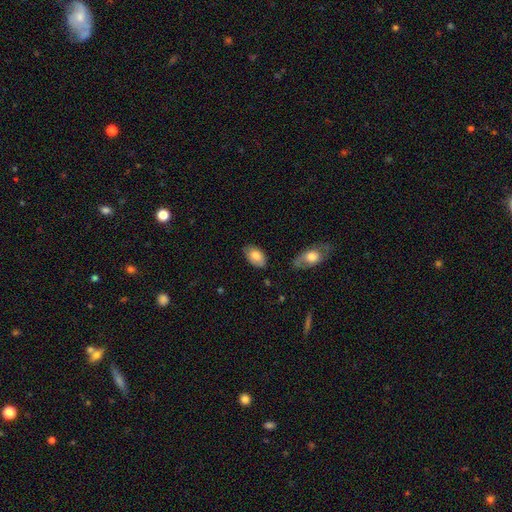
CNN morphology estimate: Overall: smooth (80%). How rounded: in between (93%). Merging: none (78%).